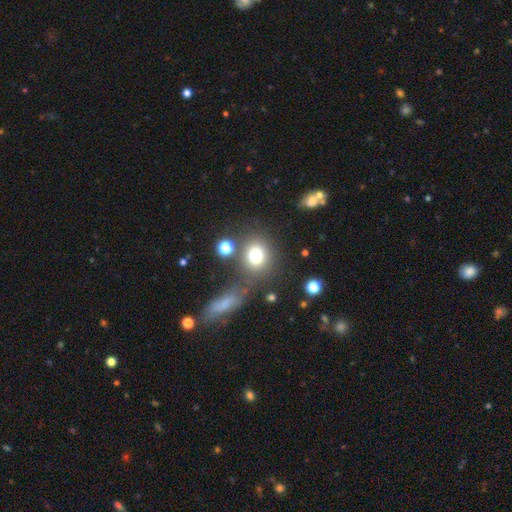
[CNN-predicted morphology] Smooth or featured? smooth (77%)
How rounded? round (73%)
Merging? none (67%)